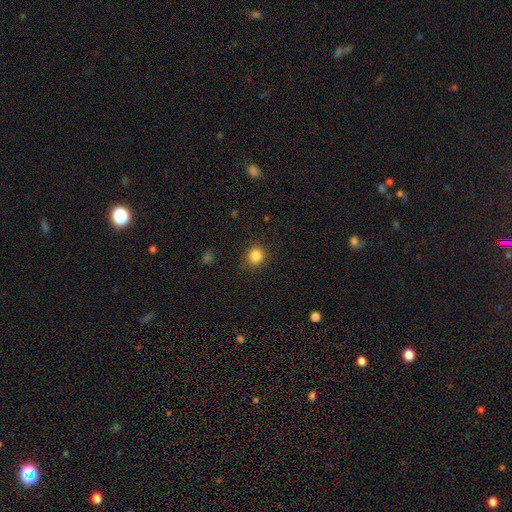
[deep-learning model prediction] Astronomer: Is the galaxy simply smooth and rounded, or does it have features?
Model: smooth — 84%.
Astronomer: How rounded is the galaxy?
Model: round — 86%.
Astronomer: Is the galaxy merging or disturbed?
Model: none — 87%.